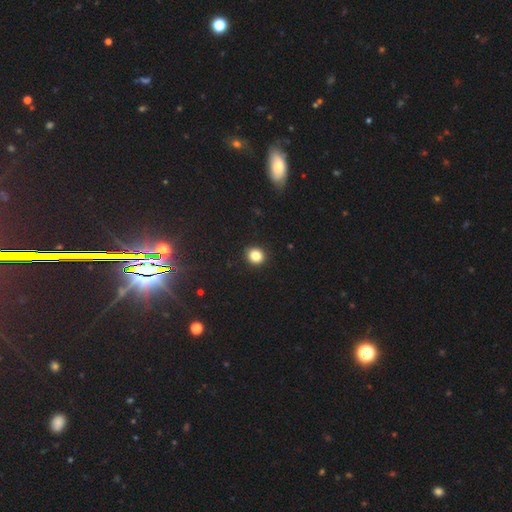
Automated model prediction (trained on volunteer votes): This is clearly a smooth galaxy (85%). How rounded: clearly round (82%). Merging: clearly none (91%).